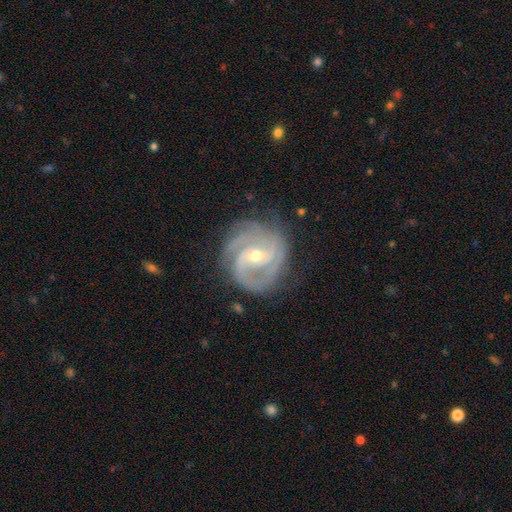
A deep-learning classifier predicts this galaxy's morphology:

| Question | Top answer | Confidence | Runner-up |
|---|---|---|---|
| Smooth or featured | featured or disk | 91% | star or artifact (4%) |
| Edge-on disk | no | 98% | yes (2%) |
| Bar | weak | 45% | no (38%) |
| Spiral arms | yes | 98% | no (2%) |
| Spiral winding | tight | 56% | medium (38%) |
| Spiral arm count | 3 | 40% | 2 (30%) |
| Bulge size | small | 50% | moderate (47%) |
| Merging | none | 76% | minor disturbance (17%) |